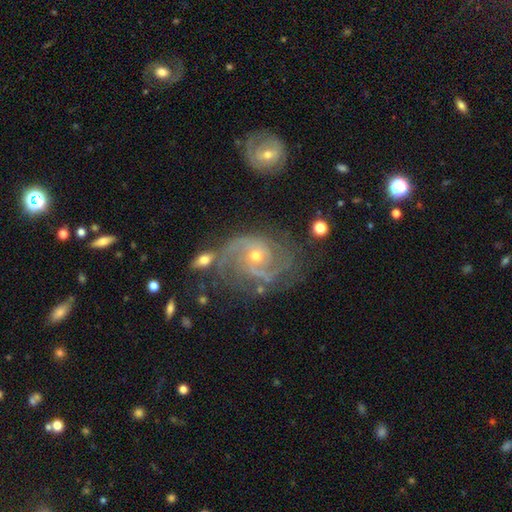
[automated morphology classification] Overall: featured or disk (88%). Edge-on disk: no (98%). Bar: no (66%; weak 27%). Spiral arms: yes (97%). Spiral arm count: 2 (60%). Spiral winding: medium (45%; tight 43%). Bulge size: small (56%; moderate 41%). Merging: none (59%; minor disturbance 21%).